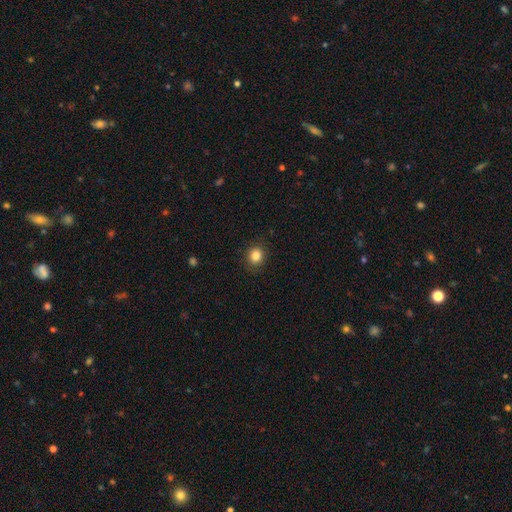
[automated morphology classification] A smooth galaxy with no disk features (85%) that is round (80%). Merging: none (89%).